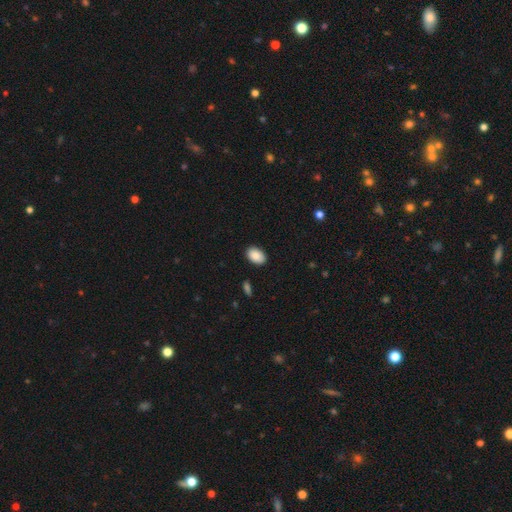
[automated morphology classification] Q: Smooth or featured?
A: smooth (89%); runner-up: star or artifact (7%)
Q: How rounded?
A: in between (89%); runner-up: round (10%)
Q: Merging?
A: none (89%); runner-up: minor disturbance (8%)